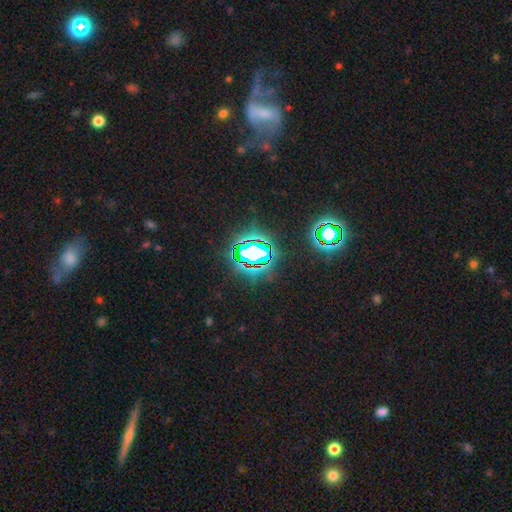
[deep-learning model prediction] Overall: star or artifact (74%).